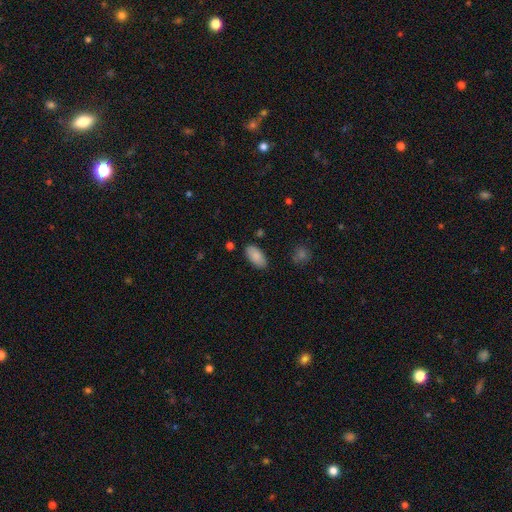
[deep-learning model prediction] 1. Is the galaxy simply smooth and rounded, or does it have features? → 86% smooth, 7% featured or disk, 7% star or artifact.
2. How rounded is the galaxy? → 93% in between, 5% cigar-shaped, 2% round.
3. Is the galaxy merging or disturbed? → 84% none, 11% minor disturbance, 3% major disturbance, 2% merger.